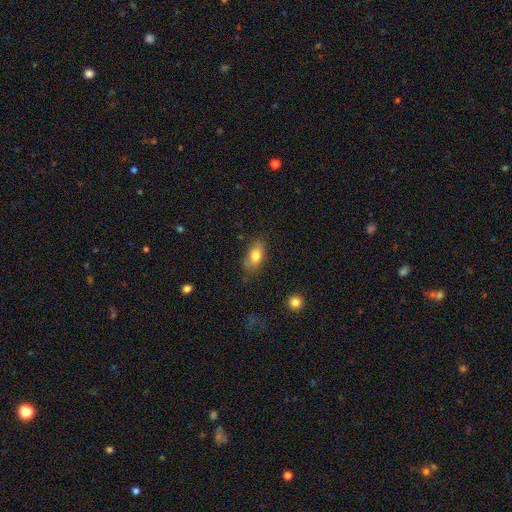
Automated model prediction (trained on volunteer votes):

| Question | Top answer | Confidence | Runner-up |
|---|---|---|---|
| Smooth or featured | smooth | 78% | featured or disk (14%) |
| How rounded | in between | 86% | cigar-shaped (7%) |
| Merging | none | 76% | minor disturbance (18%) |